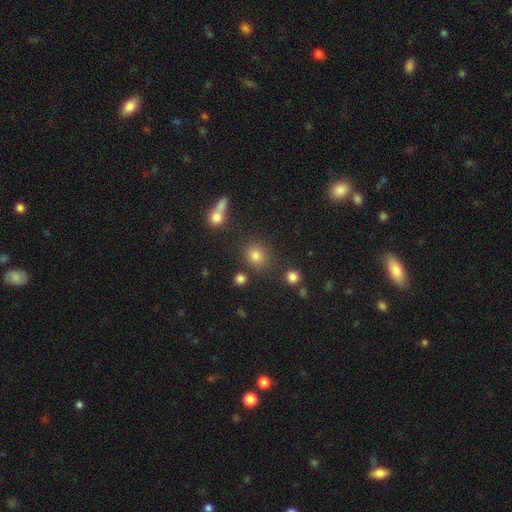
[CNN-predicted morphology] Smooth or featured?
  - smooth: 79% *
  - star or artifact: 14%
  - featured or disk: 7%
How rounded?
  - round: 83% *
  - in between: 16%
  - cigar-shaped: 1%
Merging?
  - none: 78% *
  - minor disturbance: 9%
  - merger: 9%
  - major disturbance: 4%